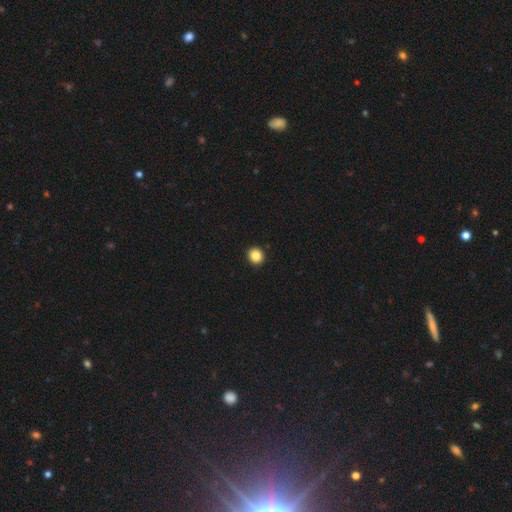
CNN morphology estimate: This is clearly a smooth galaxy (87%). How rounded: clearly round (91%). Merging: clearly none (94%).